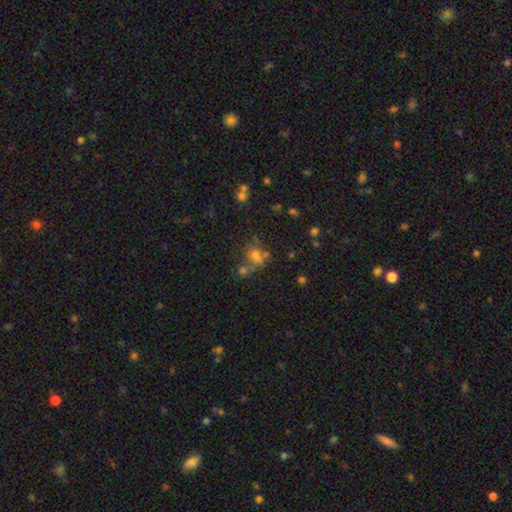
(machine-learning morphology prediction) Smooth or featured: smooth — 53% (star or artifact — 29%)
How rounded: round — 50% (in between — 47%)
Merging: none — 44% (merger — 30%)